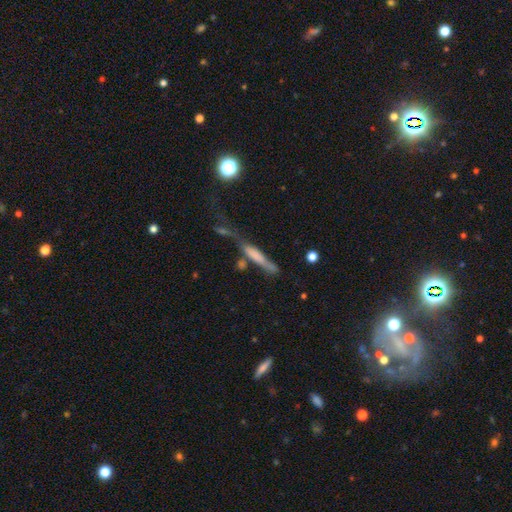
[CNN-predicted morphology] smooth-or-featured: smooth: 56% | featured or disk: 34% | star or artifact: 9%
  how-rounded: cigar-shaped: 86% | in between: 11% | round: 3%
  merging: merger: 32% | none: 30% | major disturbance: 20% | minor disturbance: 18%